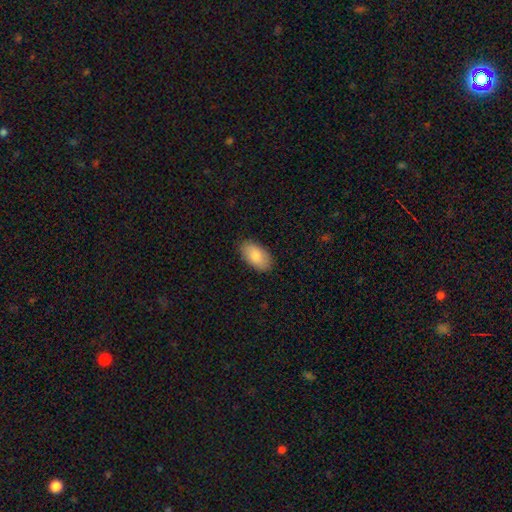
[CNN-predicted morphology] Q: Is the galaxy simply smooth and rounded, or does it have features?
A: smooth — 85%.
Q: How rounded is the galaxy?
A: in between — 95%.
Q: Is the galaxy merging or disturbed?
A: none — 87%.